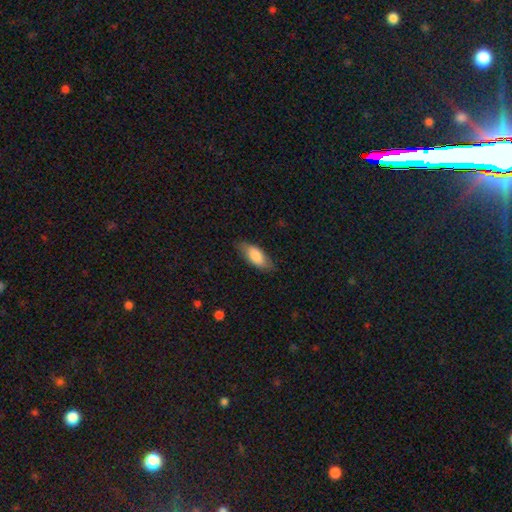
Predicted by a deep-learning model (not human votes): This appears to be a smooth galaxy with no disk features (81%) that is in between round and cigar-shaped (81%). Merging: none (79%).